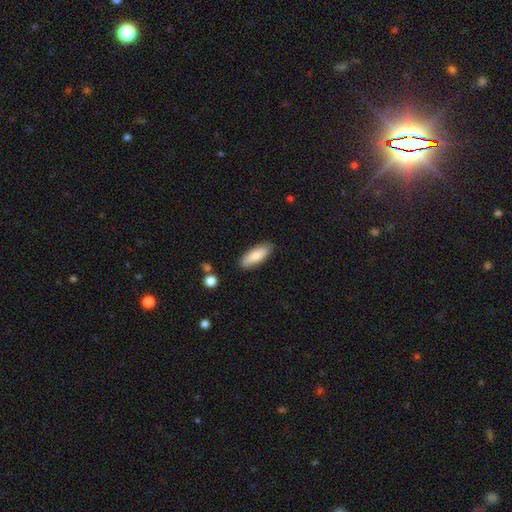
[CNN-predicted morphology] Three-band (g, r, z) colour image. It shows a smooth galaxy with no disk features (80%) that is in between round and cigar-shaped (66%). Merging: none (86%).